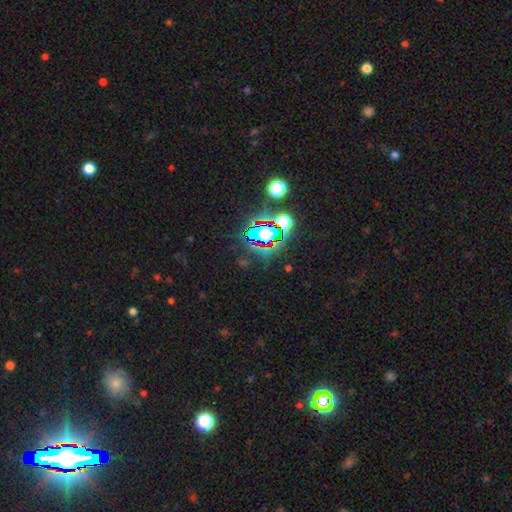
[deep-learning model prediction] Overall: star or artifact (80%).